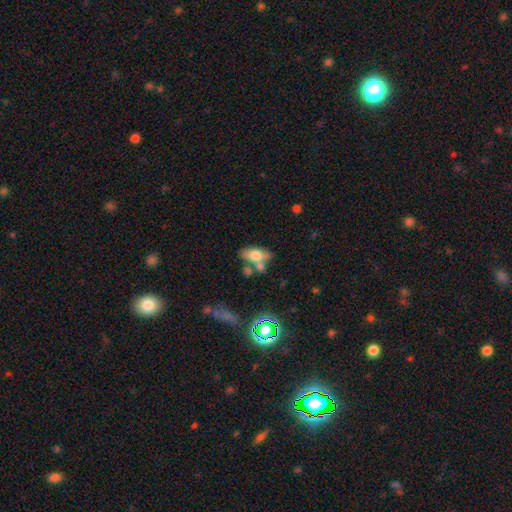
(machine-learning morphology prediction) A smooth galaxy with no disk features (67%) that is in between round and cigar-shaped (84%).

Vote fractions:
- Smooth or featured? smooth: 67% / featured or disk: 23% / star or artifact: 9%
- How rounded? in between: 84% / cigar-shaped: 10% / round: 6%
- Merging? none: 53% / merger: 26% / minor disturbance: 15% / major disturbance: 6%